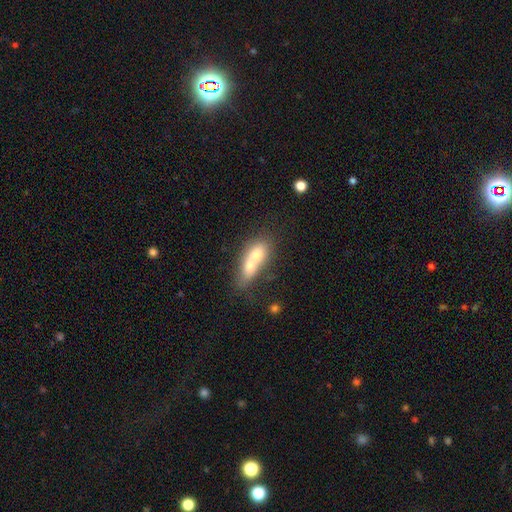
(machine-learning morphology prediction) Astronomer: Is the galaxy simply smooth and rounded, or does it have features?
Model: smooth — 57%.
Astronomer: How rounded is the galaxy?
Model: in between — 56%.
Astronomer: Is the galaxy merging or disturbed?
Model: merger — 64%.